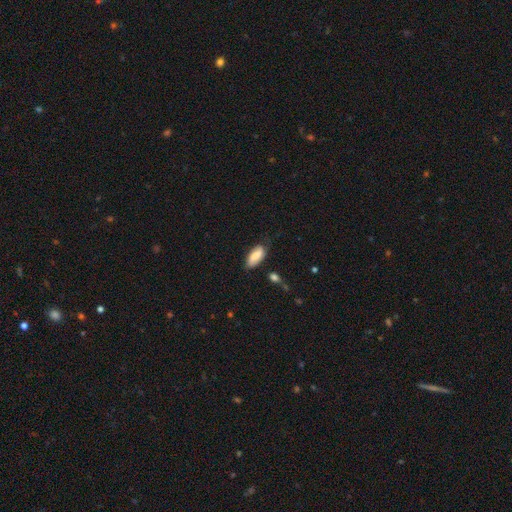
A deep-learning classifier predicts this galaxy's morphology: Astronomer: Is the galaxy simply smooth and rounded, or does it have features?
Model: smooth — 73%.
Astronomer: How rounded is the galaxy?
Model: in between — 88%.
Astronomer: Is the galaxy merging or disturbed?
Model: none — 65%.